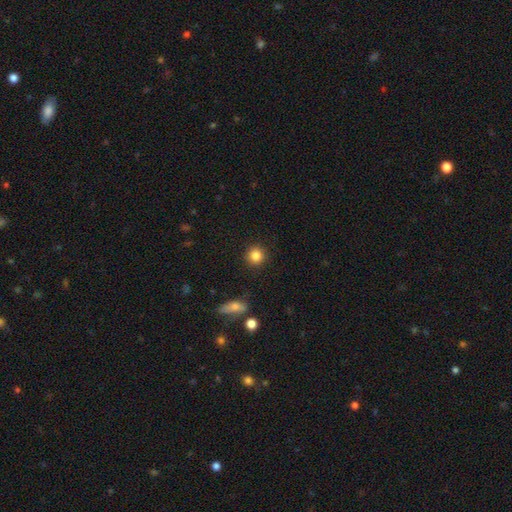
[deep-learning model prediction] The model was most divided on "smooth or featured": smooth: 84%, star or artifact: 10%, featured or disk: 6%. More confident: how rounded — round (93%); merging — none (91%).